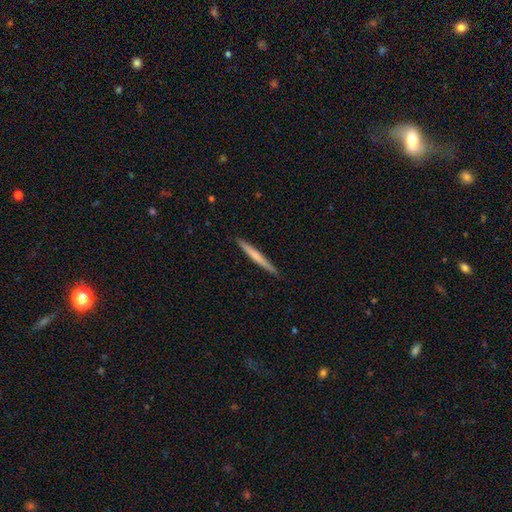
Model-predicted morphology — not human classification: Smooth or featured? smooth (57%)
How rounded? cigar-shaped (97%)
Merging? none (91%)